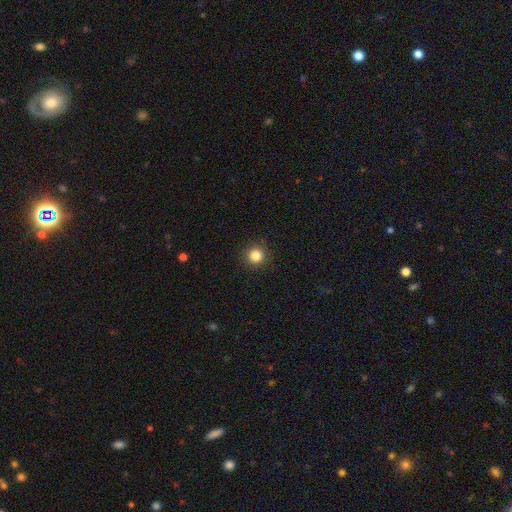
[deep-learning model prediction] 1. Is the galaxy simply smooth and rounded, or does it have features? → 84% smooth, 12% star or artifact, 4% featured or disk.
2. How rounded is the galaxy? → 95% round, 4% in between, 1% cigar-shaped.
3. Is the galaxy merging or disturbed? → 91% none, 5% minor disturbance, 2% major disturbance, 1% merger.